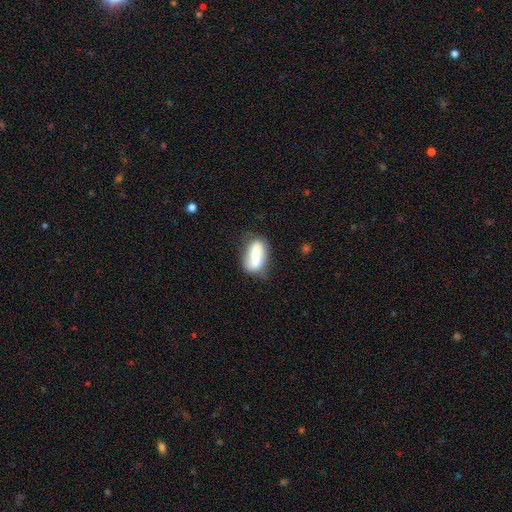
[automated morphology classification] A smooth galaxy with no disk features (61%) that is in between round and cigar-shaped (81%). Merging: none (66%).